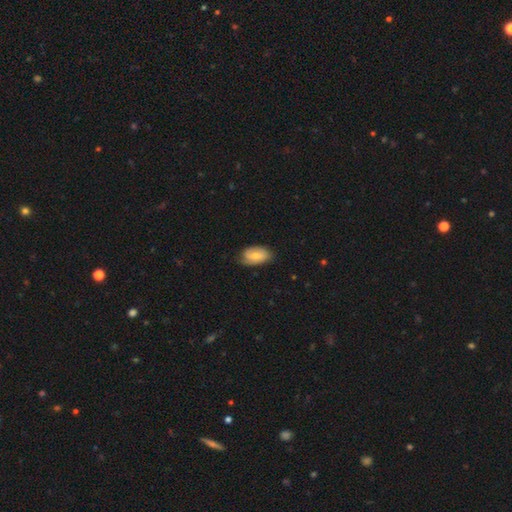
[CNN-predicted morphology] type=smooth (59%); roundness=in between (91%); merging=none (70%).